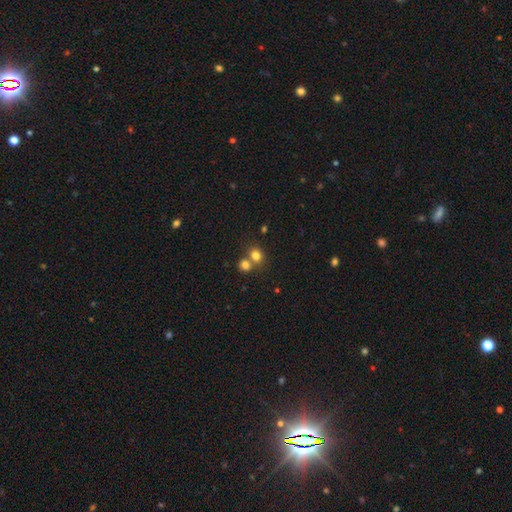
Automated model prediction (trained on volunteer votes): Morphology: type=smooth (78%); roundness=round (71%); merging=none (49%).